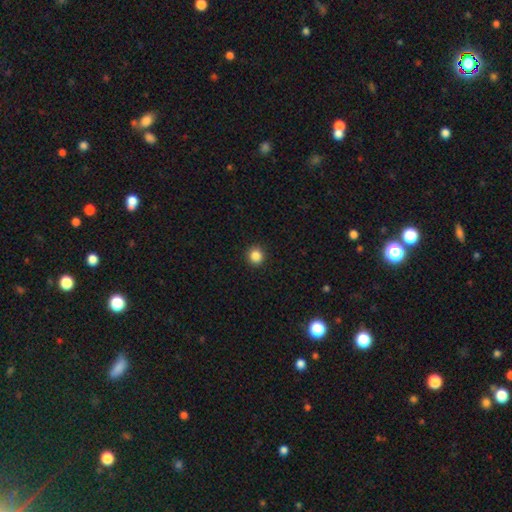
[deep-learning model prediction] Smooth or featured? smooth (86%)
How rounded? round (93%)
Merging? none (93%)